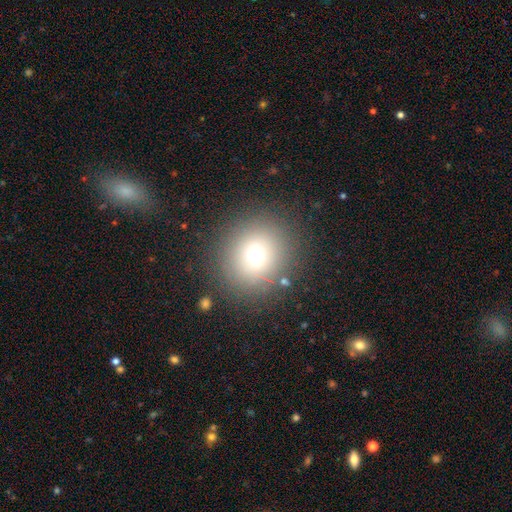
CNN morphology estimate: Smooth or featured? Predicted: smooth (p=0.69). How rounded? Predicted: round (p=0.88). Merging? Predicted: none (p=0.85).